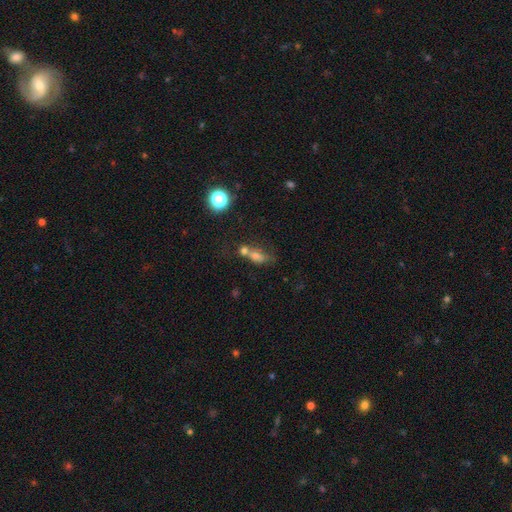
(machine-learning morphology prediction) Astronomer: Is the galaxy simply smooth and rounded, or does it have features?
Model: smooth — 63%.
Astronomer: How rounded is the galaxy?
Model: in between — 61%.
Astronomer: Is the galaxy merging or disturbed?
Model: merger — 50% (runner-up: none, 29%).